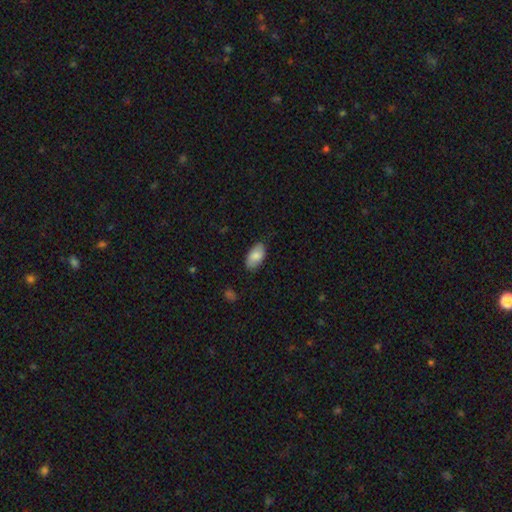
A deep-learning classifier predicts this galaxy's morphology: A smooth galaxy with no disk features (81%) that is in between round and cigar-shaped (95%).

Vote fractions:
- Smooth or featured? smooth: 81% / featured or disk: 13% / star or artifact: 6%
- How rounded? in between: 95% / round: 3% / cigar-shaped: 2%
- Merging? none: 79% / minor disturbance: 17% / major disturbance: 3% / merger: 1%